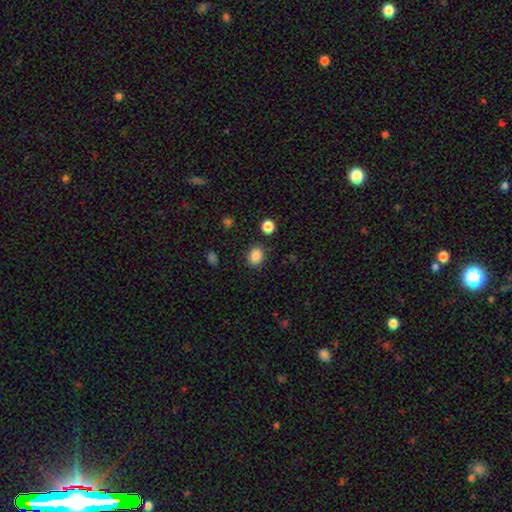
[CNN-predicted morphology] The model was most divided on "how rounded": round: 56%, in between: 43%, cigar-shaped: 1%. More confident: smooth or featured — smooth (86%); merging — none (84%).